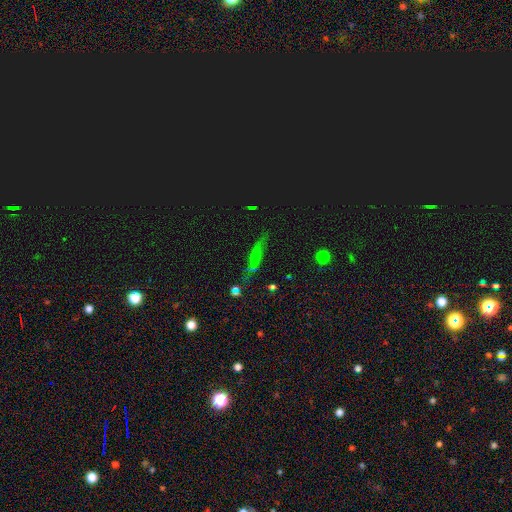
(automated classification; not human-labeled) The model was most divided on "smooth or featured": smooth: 45%, featured or disk: 34%, star or artifact: 22%. More confident: merging — none (57%).